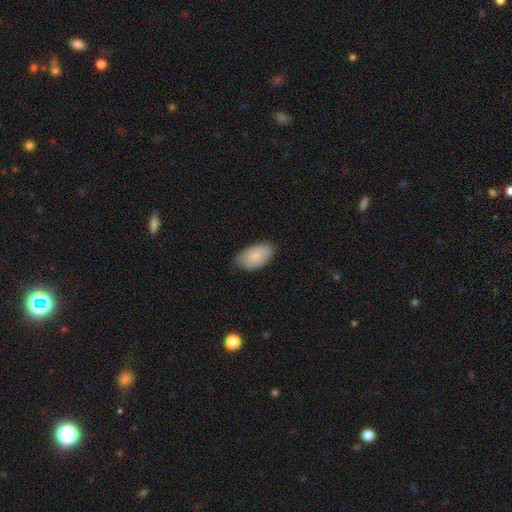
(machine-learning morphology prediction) A smooth galaxy with no disk features (82%) that is in between round and cigar-shaped (95%).

Vote fractions:
- Smooth or featured? smooth: 82% / featured or disk: 12% / star or artifact: 6%
- How rounded? in between: 95% / round: 3% / cigar-shaped: 2%
- Merging? none: 78% / minor disturbance: 18% / major disturbance: 3% / merger: 1%